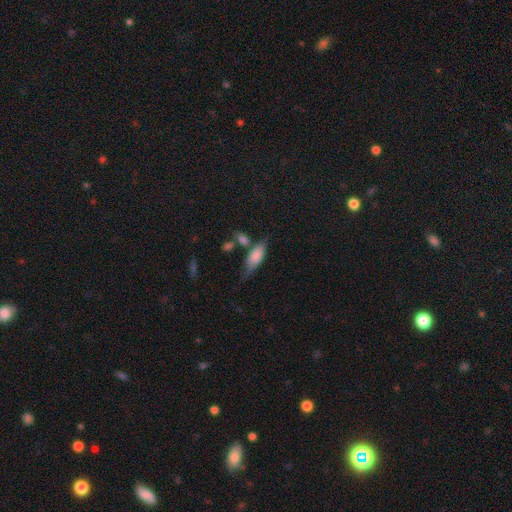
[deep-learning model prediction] Overall: smooth (72%). How rounded: in between (72%). Merging: none (47%; minor disturbance 26%).